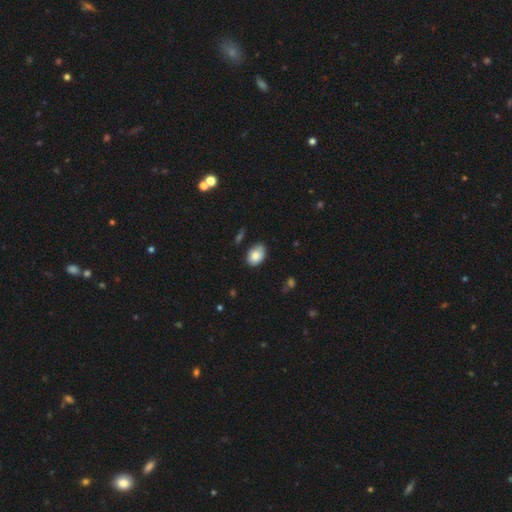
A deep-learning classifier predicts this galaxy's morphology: A smooth galaxy with no disk features (82%) that is in between round and cigar-shaped (82%). Merging: none (75%).